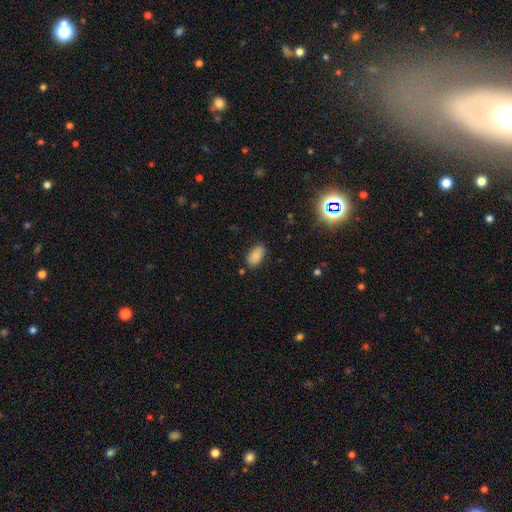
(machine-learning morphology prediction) Smooth or featured? smooth (87%)
How rounded? in between (94%)
Merging? none (84%)